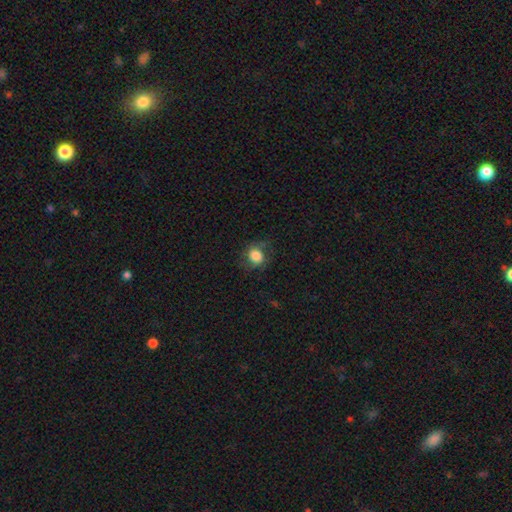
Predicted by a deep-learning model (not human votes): smooth_or_featured: smooth (p=0.76) [alt: featured or disk p=0.15]
how_rounded: round (p=0.75) [alt: in between p=0.24]
merging: none (p=0.67) [alt: minor disturbance p=0.20]